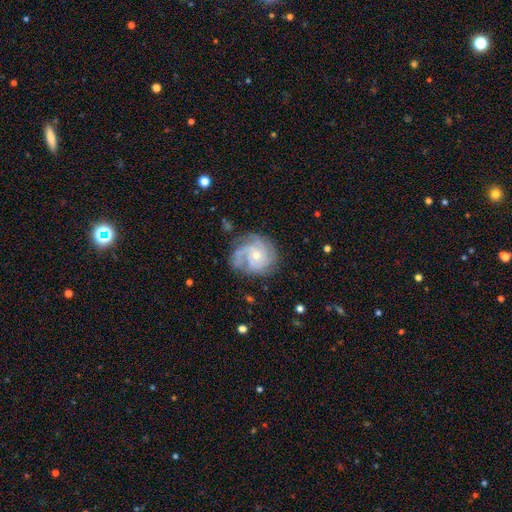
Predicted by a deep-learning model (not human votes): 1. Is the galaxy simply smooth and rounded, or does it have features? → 87% featured or disk, 8% smooth, 5% star or artifact.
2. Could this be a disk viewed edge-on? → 98% no, 2% yes.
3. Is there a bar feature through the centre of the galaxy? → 74% no, 23% weak, 4% strong.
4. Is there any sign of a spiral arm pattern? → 97% yes, 3% no.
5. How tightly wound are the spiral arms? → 60% tight, 33% medium, 7% loose.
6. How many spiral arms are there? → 39% 3, 19% can't tell, 15% 4, 15% 2, 6% 1, 6% more than 4.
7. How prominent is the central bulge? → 59% small, 37% moderate, 2% large, 1% none, 1% dominant.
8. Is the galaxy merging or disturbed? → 69% none, 19% minor disturbance, 10% major disturbance, 2% merger.